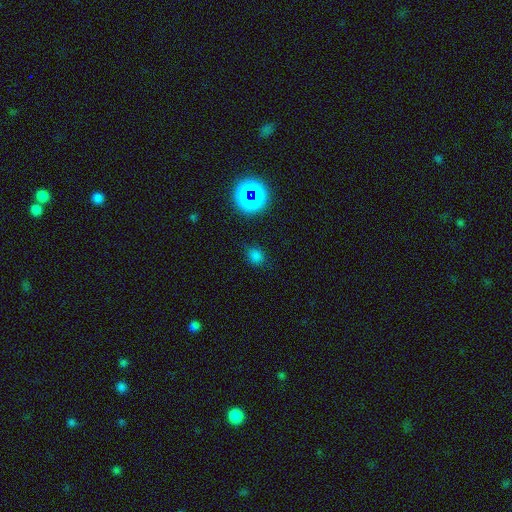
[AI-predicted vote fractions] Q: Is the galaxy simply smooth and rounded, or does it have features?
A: smooth — 70%.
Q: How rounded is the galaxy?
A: round — 67%.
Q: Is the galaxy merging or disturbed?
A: none — 81%.